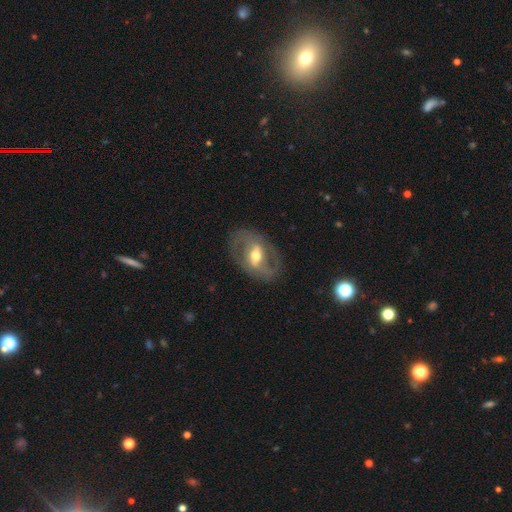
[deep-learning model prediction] The model was most divided on "bar": strong: 43%, weak: 37%, no: 20%. More confident: edge-on disk — no (92%); merging — none (75%); smooth or featured — featured or disk (75%); bulge size — moderate (71%); spiral arms — yes (66%).